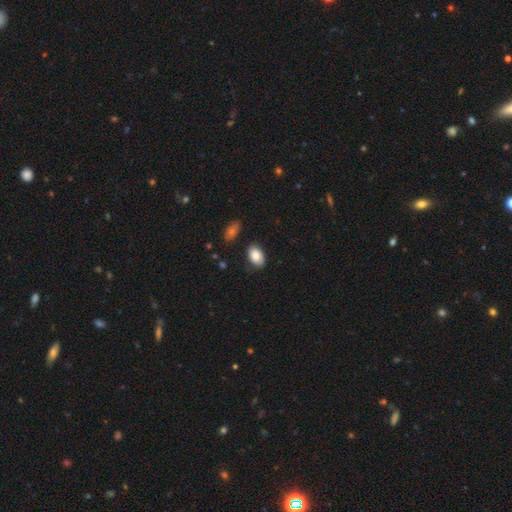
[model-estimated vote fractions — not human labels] smooth_or_featured: smooth (p=0.85) [alt: featured or disk p=0.08]
how_rounded: in between (p=0.91) [alt: round p=0.07]
merging: none (p=0.83) [alt: minor disturbance p=0.12]